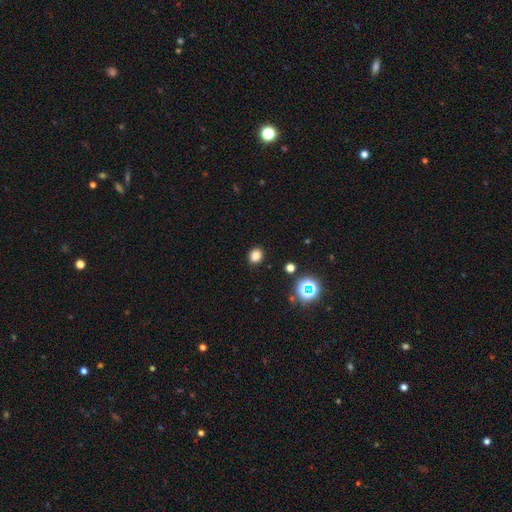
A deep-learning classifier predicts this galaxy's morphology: A smooth galaxy with no disk features (80%) that is round (67%).

Vote fractions:
- Smooth or featured? smooth: 80% / star or artifact: 16% / featured or disk: 4%
- How rounded? round: 67% / in between: 32% / cigar-shaped: 1%
- Merging? none: 89% / minor disturbance: 7% / major disturbance: 2% / merger: 1%